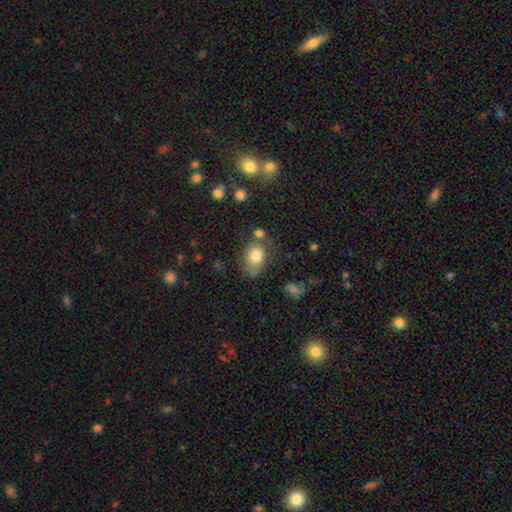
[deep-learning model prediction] Smooth or featured? smooth (79%)
How rounded? in between (70%)
Merging? none (48%)